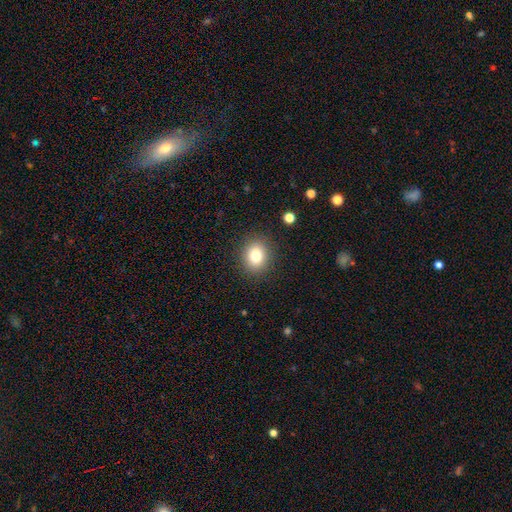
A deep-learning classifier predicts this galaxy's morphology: This is likely a smooth galaxy (80%). How rounded: likely round (62%). Merging: clearly none (89%).